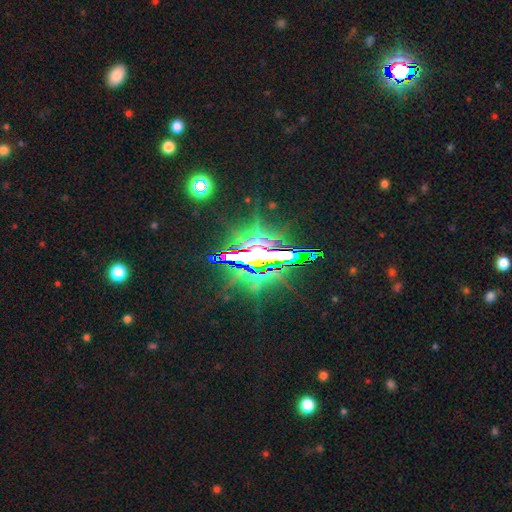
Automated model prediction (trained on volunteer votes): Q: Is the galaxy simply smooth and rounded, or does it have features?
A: star or artifact — 77%.